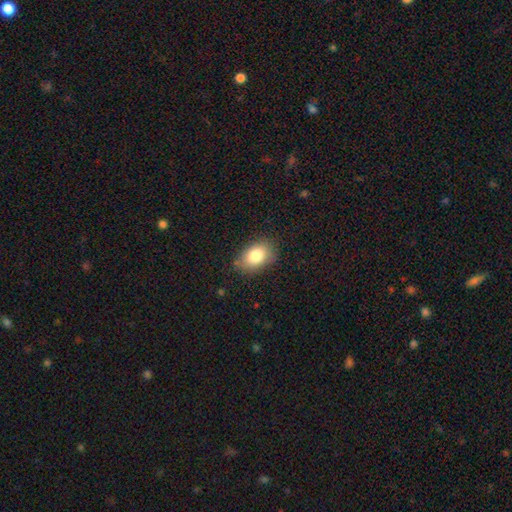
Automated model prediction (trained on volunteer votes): A smooth galaxy with no disk features (82%) that is in between round and cigar-shaped (85%). Merging: none (80%).